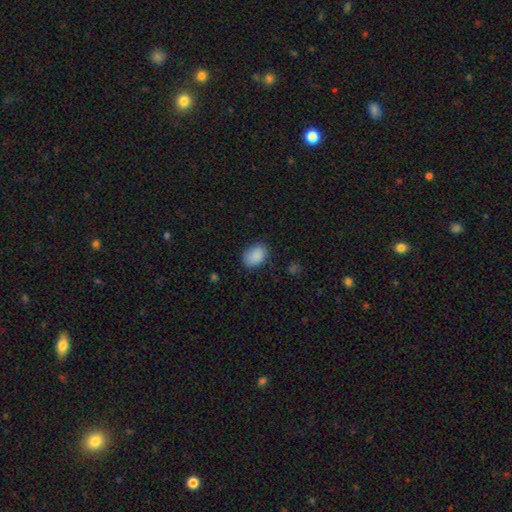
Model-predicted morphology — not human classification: This appears to be a smooth galaxy with no disk features (89%) that is in between round and cigar-shaped (79%). Merging: none (81%).